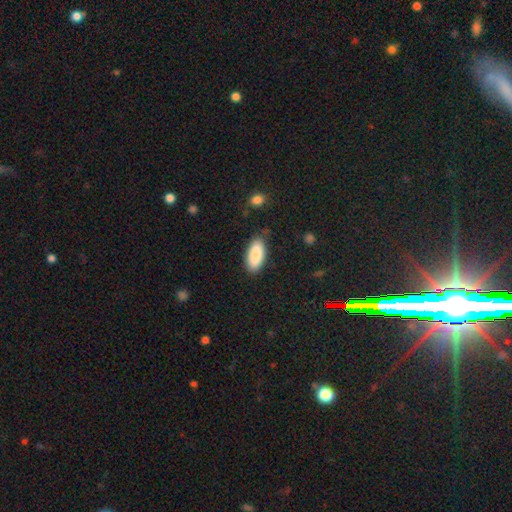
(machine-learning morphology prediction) Smooth or featured: smooth — 89% (star or artifact — 6%)
How rounded: in between — 88% (cigar-shaped — 10%)
Merging: none — 85% (minor disturbance — 11%)